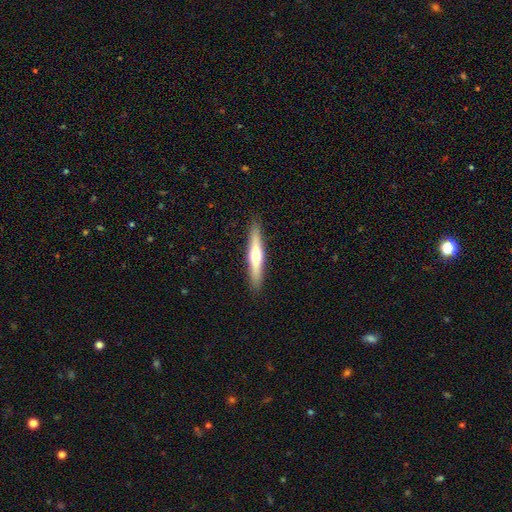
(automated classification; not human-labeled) Smooth or featured? Predicted: featured or disk (p=0.53). Edge-on disk? Predicted: yes (p=0.94). Merging? Predicted: none (p=0.90).